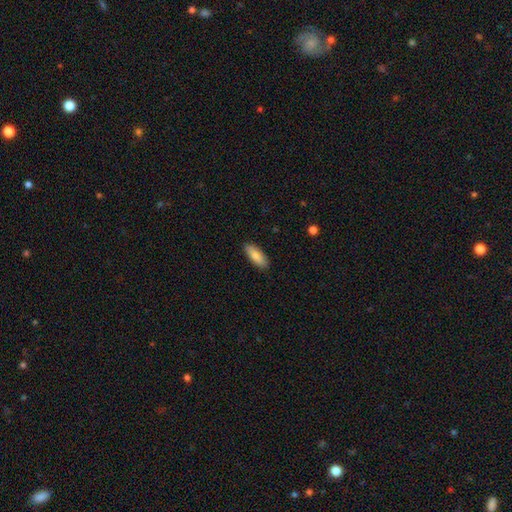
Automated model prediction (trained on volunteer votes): Overall: smooth (79%). How rounded: in between (67%; cigar-shaped 31%). Merging: none (89%).